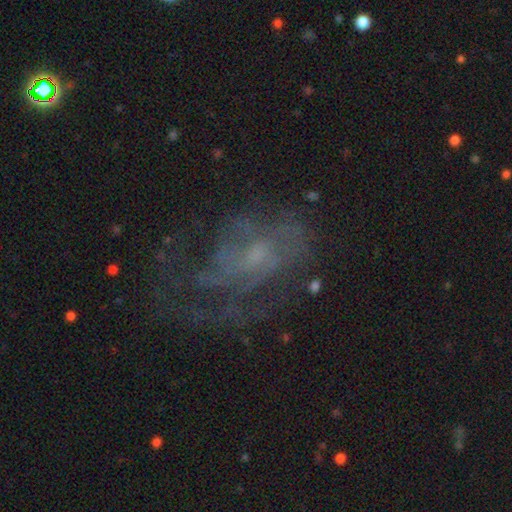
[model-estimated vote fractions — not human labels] Morphology: type=featured or disk (68%); edge-on=no (97%); bar=no (69%); spiral arms=yes (66%); bulge=small (54%); merging=none (43%).